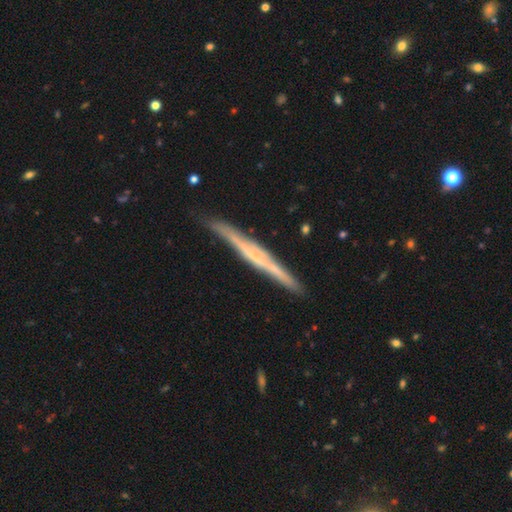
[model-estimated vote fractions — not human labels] This is likely a featured or disk galaxy (69%). It is clearly viewed edge-on (96%). Edge-on bulge: possibly none (57%). Merging: clearly none (85%).